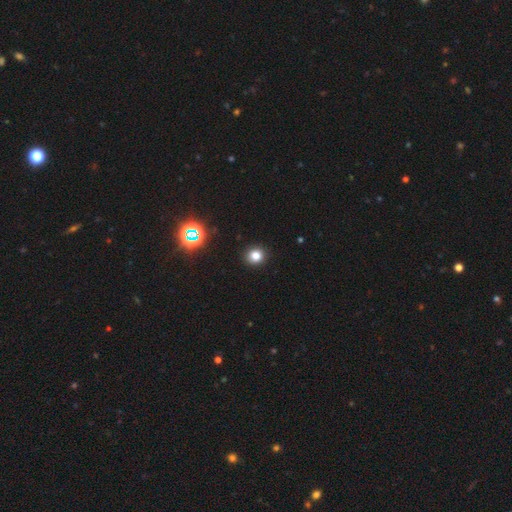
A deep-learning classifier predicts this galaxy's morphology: Smooth or featured: smooth — 79% (star or artifact — 16%)
How rounded: round — 87% (in between — 12%)
Merging: none — 92% (minor disturbance — 5%)